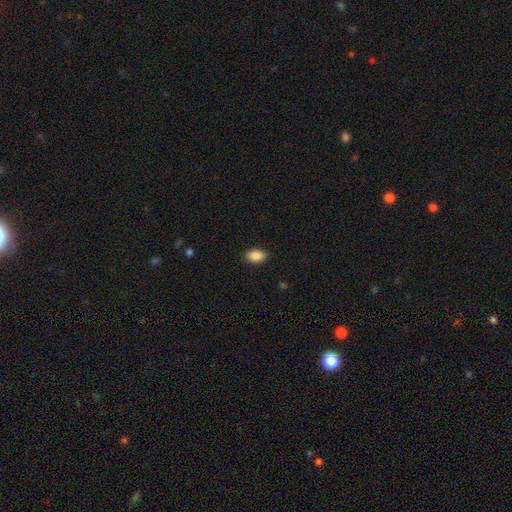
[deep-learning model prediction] This is clearly a smooth galaxy (89%). How rounded: clearly in between (91%). Merging: clearly none (89%).